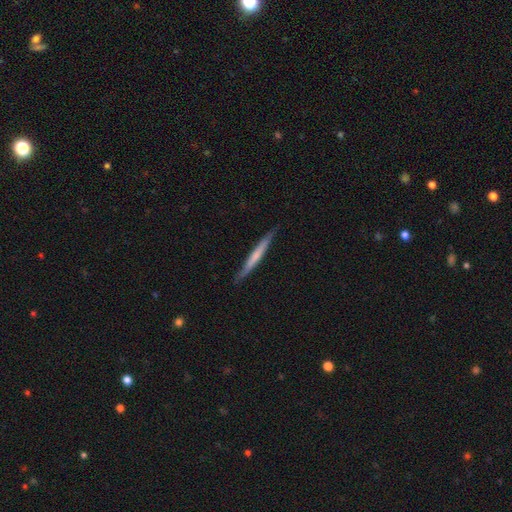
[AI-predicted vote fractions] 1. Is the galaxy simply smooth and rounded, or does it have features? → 50% smooth, 45% featured or disk, 5% star or artifact.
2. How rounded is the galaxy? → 97% cigar-shaped, 2% in between, 1% round.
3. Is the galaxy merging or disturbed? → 87% none, 10% minor disturbance, 2% major disturbance, 1% merger.